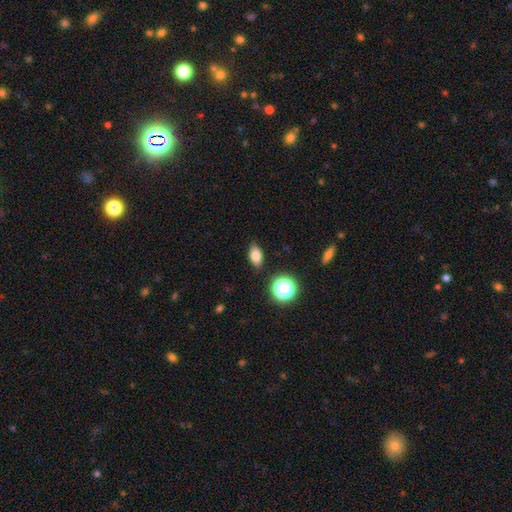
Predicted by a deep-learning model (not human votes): The model was most divided on "smooth or featured": smooth: 78%, star or artifact: 12%, featured or disk: 10%. More confident: merging — none (85%); how rounded — in between (83%).